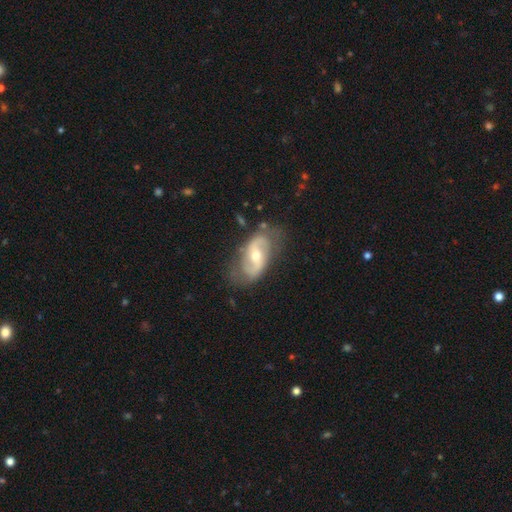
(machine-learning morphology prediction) This is clearly a featured or disk galaxy (80%). It is clearly not viewed edge-on (95%). Bar: marginally weak (45%). Spiral arm pattern: clearly yes (89%). Spiral arm count: clearly 2 (87%). Spiral winding: marginally loose (42%). Central bulge: possibly moderate (58%). Merging: likely none (70%).